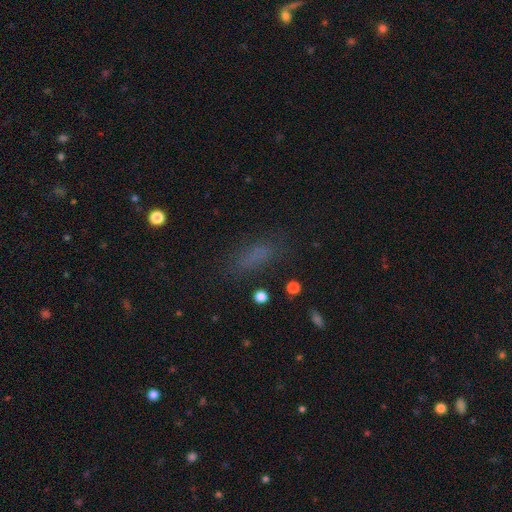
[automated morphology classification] Q: Smooth or featured?
A: smooth (70%); runner-up: star or artifact (19%)
Q: How rounded?
A: in between (65%); runner-up: cigar-shaped (30%)
Q: Merging?
A: none (72%); runner-up: minor disturbance (16%)